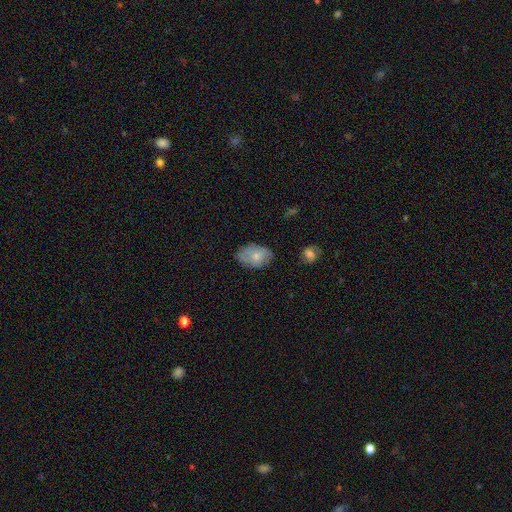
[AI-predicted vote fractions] A smooth galaxy with no disk features (67%) that is in between round and cigar-shaped (87%). Merging: none (68%).